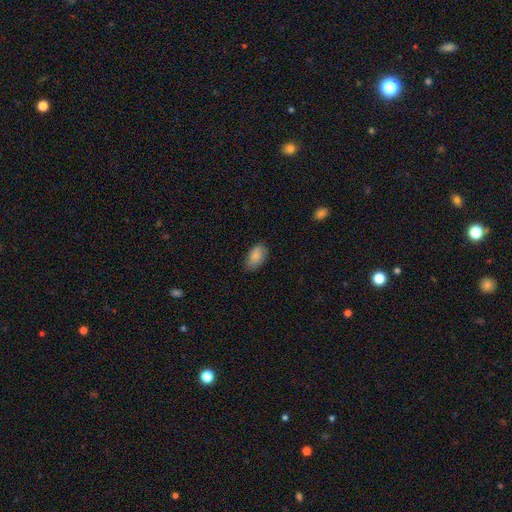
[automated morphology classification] Smooth or featured: smooth — 86% (featured or disk — 7%)
How rounded: in between — 93% (round — 5%)
Merging: none — 79% (minor disturbance — 17%)